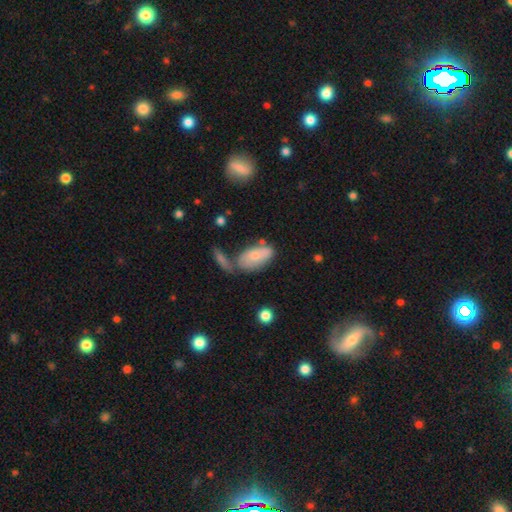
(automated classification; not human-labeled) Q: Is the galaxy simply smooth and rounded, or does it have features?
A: smooth — 67%.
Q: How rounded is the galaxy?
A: in between — 90%.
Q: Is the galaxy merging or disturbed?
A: none — 44%.